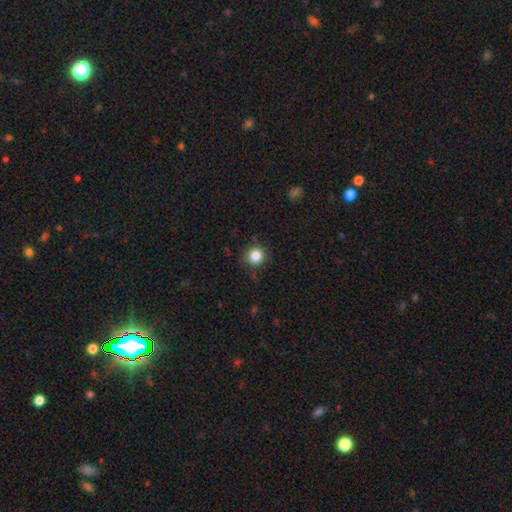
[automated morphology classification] Overall: smooth (84%). How rounded: round (93%). Merging: none (86%).